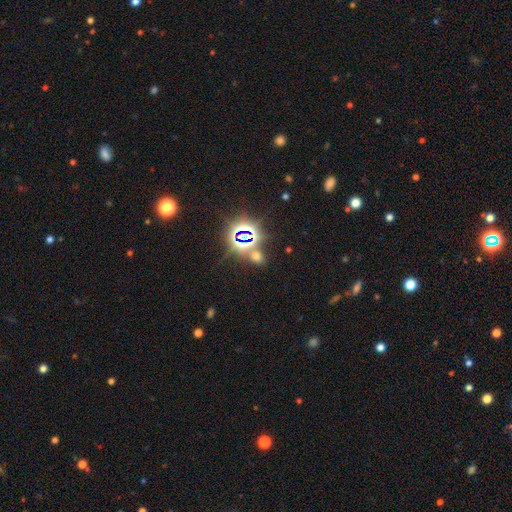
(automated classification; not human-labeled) star or artifact 56%, smooth 37%, featured or disk 7%.